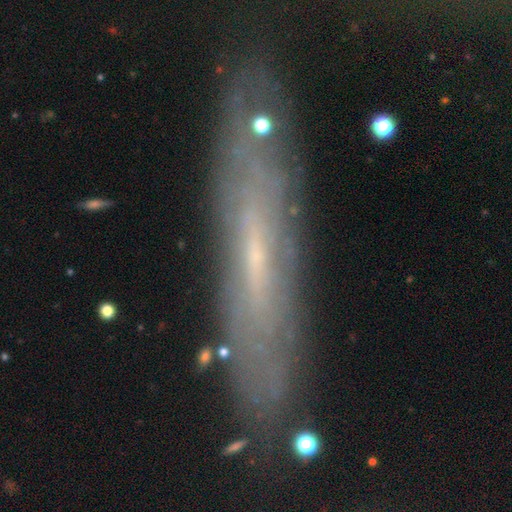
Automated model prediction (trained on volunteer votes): Q: Smooth or featured?
A: featured or disk (60%); runner-up: smooth (26%)
Q: Edge-on disk?
A: yes (62%); runner-up: no (38%)
Q: Merging?
A: none (81%); runner-up: minor disturbance (13%)